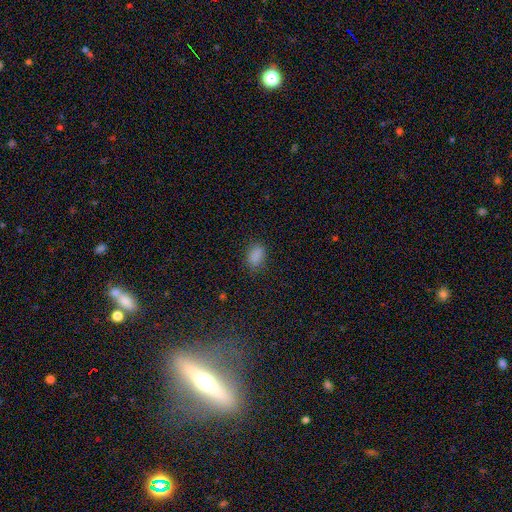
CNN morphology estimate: A smooth galaxy with no disk features (84%) that is in between round and cigar-shaped (86%).

Vote fractions:
- Smooth or featured? smooth: 84% / star or artifact: 12% / featured or disk: 4%
- How rounded? in between: 86% / round: 11% / cigar-shaped: 2%
- Merging? none: 81% / minor disturbance: 14% / major disturbance: 4% / merger: 1%